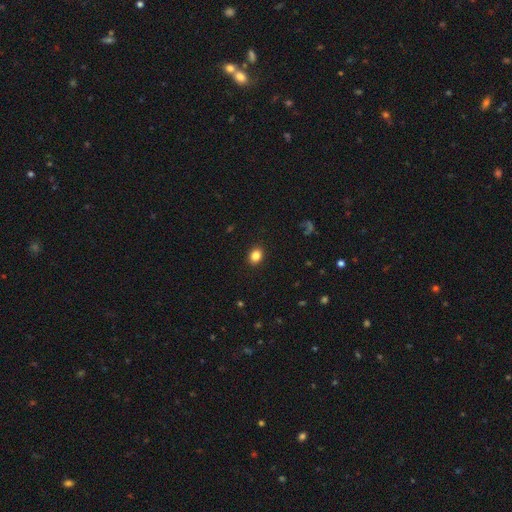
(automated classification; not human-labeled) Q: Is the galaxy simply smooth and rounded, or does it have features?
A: smooth — 85%.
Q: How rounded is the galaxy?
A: in between — 52%.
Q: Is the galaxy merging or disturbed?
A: none — 91%.